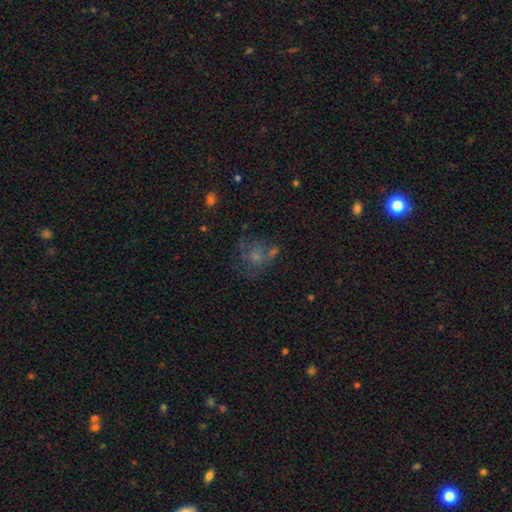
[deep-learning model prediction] Q: Smooth or featured?
A: smooth (46%); runner-up: featured or disk (36%)
Q: Merging?
A: none (41%); runner-up: major disturbance (25%)